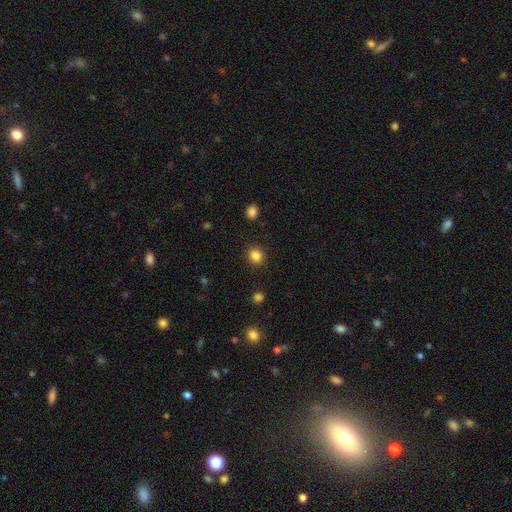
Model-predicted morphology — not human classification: Smooth or featured? Predicted: smooth (p=0.85). How rounded? Predicted: round (p=0.72). Merging? Predicted: none (p=0.90).